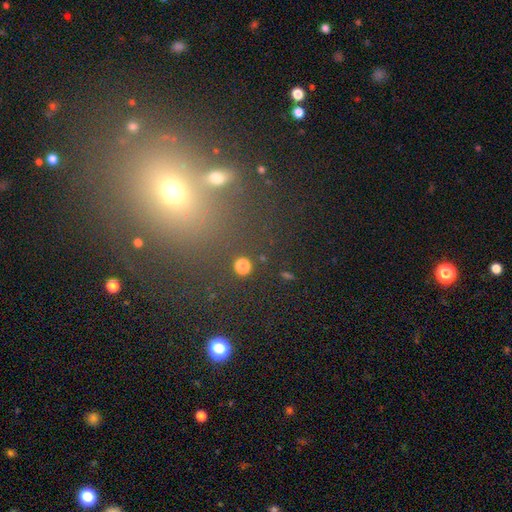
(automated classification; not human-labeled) A smooth galaxy with no disk features (47%).

Vote fractions:
- Smooth or featured? smooth: 47% / star or artifact: 39% / featured or disk: 14%
- Merging? none: 77% / minor disturbance: 10% / merger: 7% / major disturbance: 6%